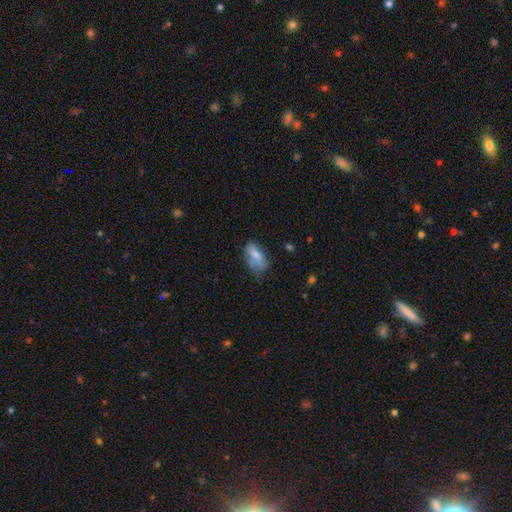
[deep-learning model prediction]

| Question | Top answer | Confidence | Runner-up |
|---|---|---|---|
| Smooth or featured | smooth | 76% | featured or disk (15%) |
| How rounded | in between | 86% | cigar-shaped (11%) |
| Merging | none | 43% | minor disturbance (34%) |